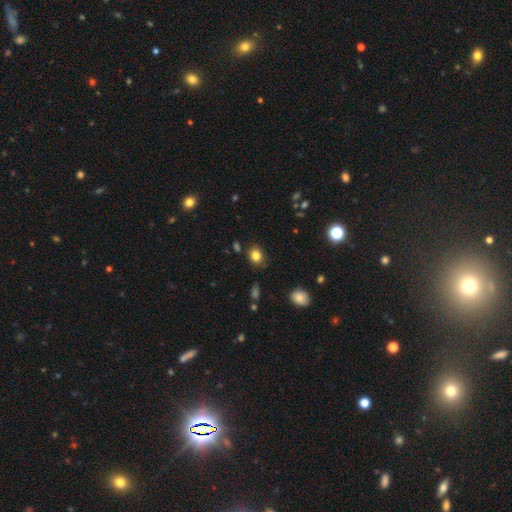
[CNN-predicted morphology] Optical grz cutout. It shows a smooth galaxy with no disk features (82%) that is round (57%). Merging: none (81%).